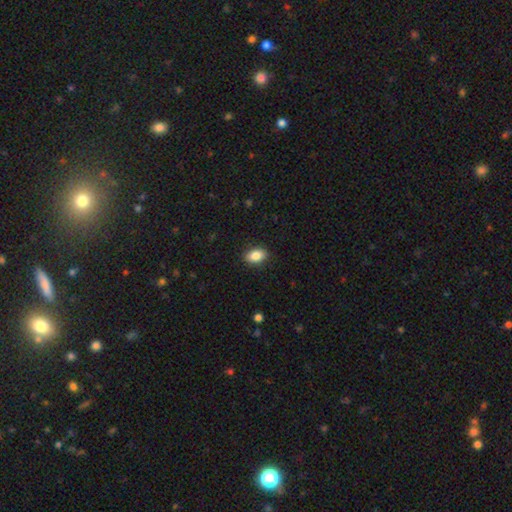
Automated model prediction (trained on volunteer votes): smooth 87%, star or artifact 8%, featured or disk 6%. Down the decision tree: how rounded — in between (86%); merging — none (88%).